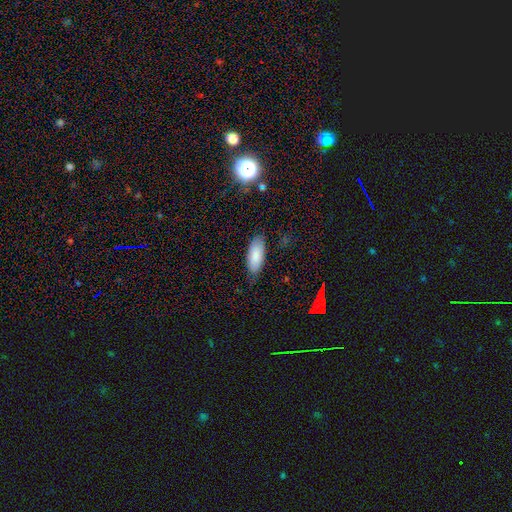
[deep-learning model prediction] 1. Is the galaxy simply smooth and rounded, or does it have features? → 87% smooth, 7% featured or disk, 6% star or artifact.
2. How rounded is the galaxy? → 83% in between, 15% cigar-shaped, 2% round.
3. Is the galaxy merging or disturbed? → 78% none, 18% minor disturbance, 3% major disturbance, 1% merger.